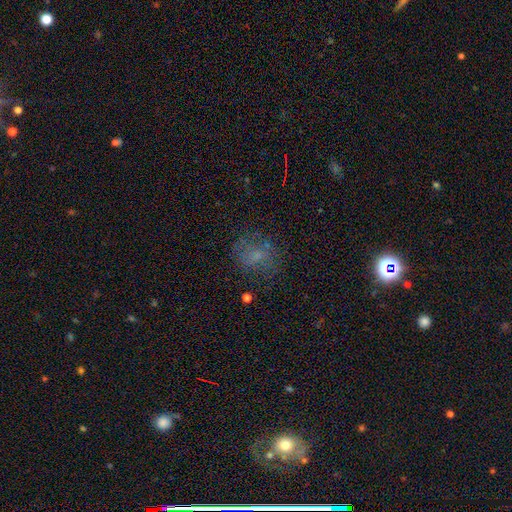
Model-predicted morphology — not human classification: smooth 52%, featured or disk 24%, star or artifact 23%. Down the decision tree: how rounded — round (61%); merging — none (65%).